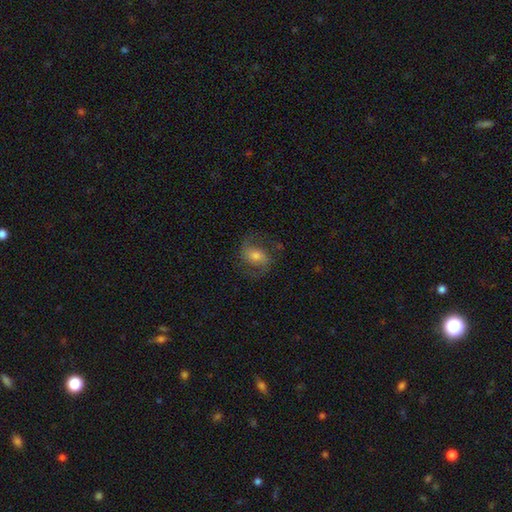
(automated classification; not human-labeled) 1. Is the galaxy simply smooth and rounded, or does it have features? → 61% featured or disk, 30% smooth, 10% star or artifact.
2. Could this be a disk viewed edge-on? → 97% no, 3% yes.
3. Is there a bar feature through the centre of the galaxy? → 41% weak, 39% no, 20% strong.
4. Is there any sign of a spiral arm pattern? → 89% yes, 11% no.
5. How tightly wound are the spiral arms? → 50% medium, 36% loose, 15% tight.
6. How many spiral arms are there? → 89% 2, 5% can't tell, 2% 1, 1% 3, 1% 4, 1% more than 4.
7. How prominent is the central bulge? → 56% moderate, 27% small, 12% large, 3% none, 2% dominant.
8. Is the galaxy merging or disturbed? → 71% none, 16% minor disturbance, 11% major disturbance, 1% merger.